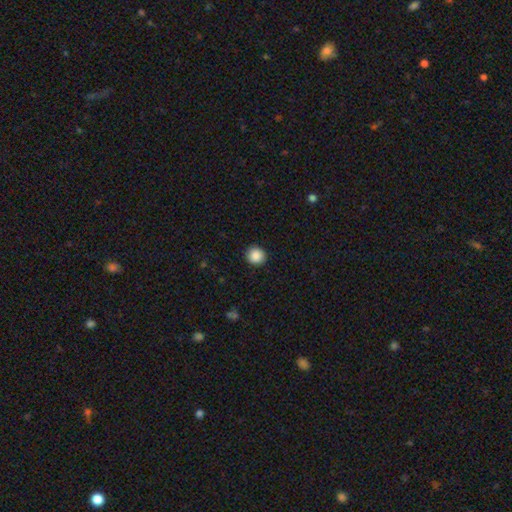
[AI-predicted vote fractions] smooth_or_featured: smooth (p=0.88) [alt: star or artifact p=0.09]
how_rounded: round (p=0.91) [alt: in between p=0.09]
merging: none (p=0.92) [alt: minor disturbance p=0.06]